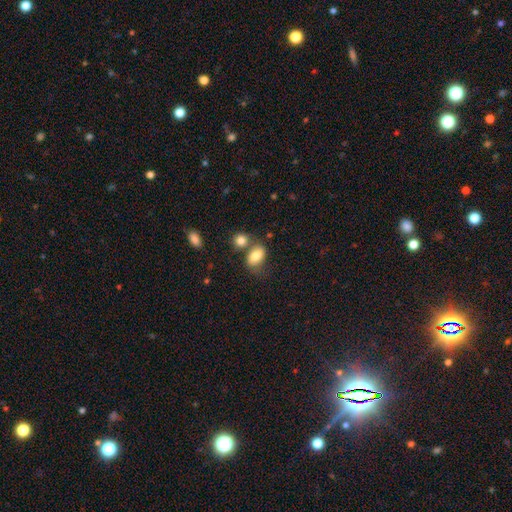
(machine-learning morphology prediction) smooth_or_featured: smooth (p=0.78) [alt: featured or disk p=0.14]
how_rounded: in between (p=0.83) [alt: round p=0.15]
merging: none (p=0.45) [alt: merger p=0.31]